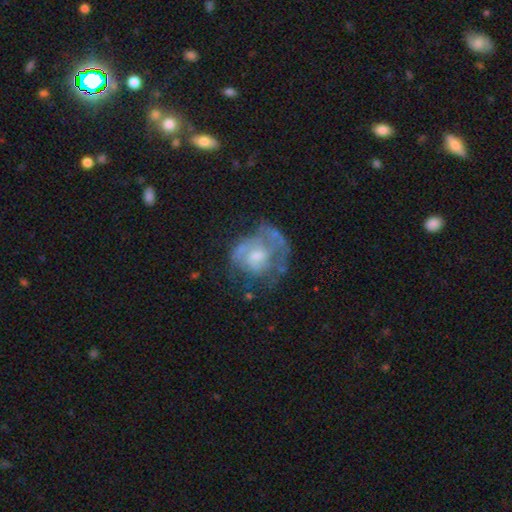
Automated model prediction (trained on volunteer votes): A featured or disk galaxy (65%) with no bar (62%), spiral arms (58%) and a moderate central bulge (42%). Merging: none (42%).